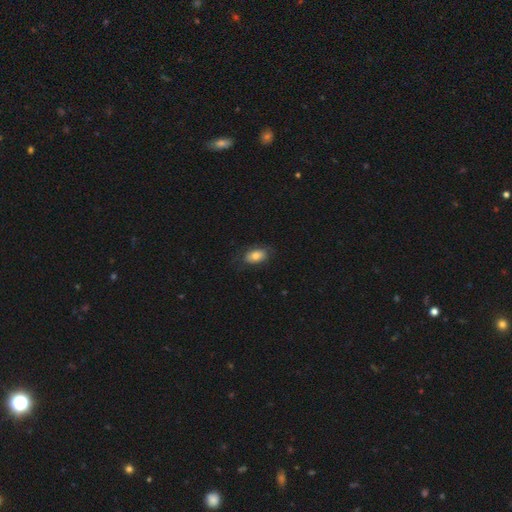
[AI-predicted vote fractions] This is likely a smooth galaxy (74%). How rounded: clearly in between (90%). Merging: likely none (71%).